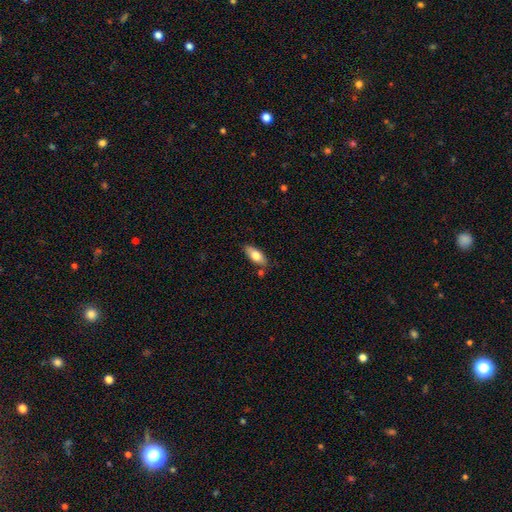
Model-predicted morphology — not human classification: This appears to be a smooth galaxy with no disk features (73%) that is in between round and cigar-shaped (80%). Merging: none (78%).